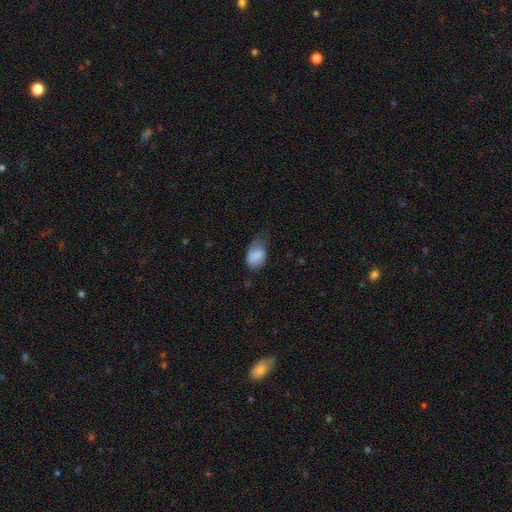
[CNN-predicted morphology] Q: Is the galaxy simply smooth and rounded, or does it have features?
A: smooth — 81%.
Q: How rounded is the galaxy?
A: in between — 86%.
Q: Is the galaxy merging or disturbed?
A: minor disturbance — 42%.